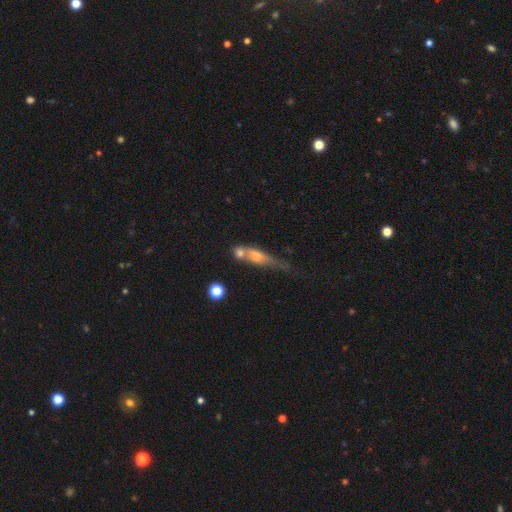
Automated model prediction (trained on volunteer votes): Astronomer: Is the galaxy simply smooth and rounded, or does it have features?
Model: featured or disk — 45% (runner-up: smooth, 44%).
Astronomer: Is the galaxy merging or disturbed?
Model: merger — 39% (runner-up: none, 30%).